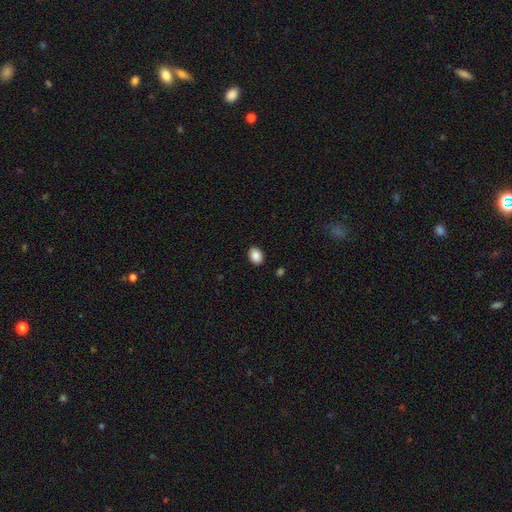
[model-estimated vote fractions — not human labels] This appears to be a smooth galaxy with no disk features (89%) that is in between round and cigar-shaped (74%). Merging: none (90%).